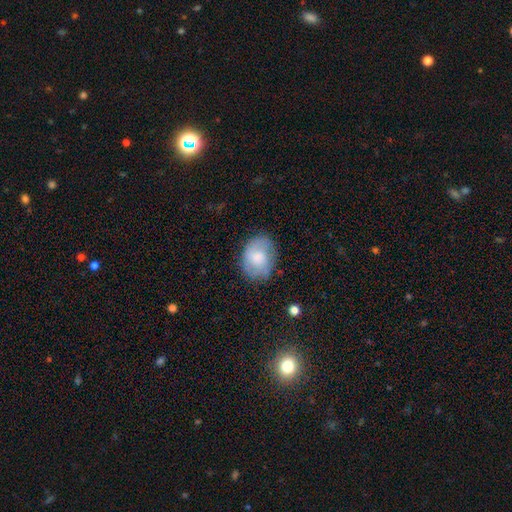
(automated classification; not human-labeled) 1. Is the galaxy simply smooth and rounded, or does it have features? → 59% smooth, 34% featured or disk, 7% star or artifact.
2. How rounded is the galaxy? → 69% in between, 30% round, 1% cigar-shaped.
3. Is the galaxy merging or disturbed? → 73% none, 20% minor disturbance, 6% major disturbance, 1% merger.